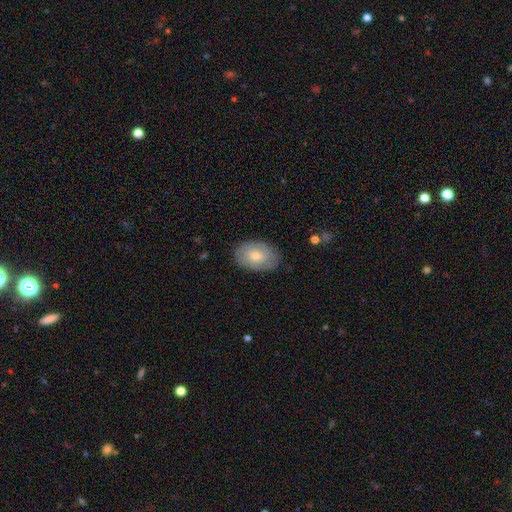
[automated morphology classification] This is possibly a smooth galaxy (54%). How rounded: clearly in between (85%). Merging: clearly none (82%).